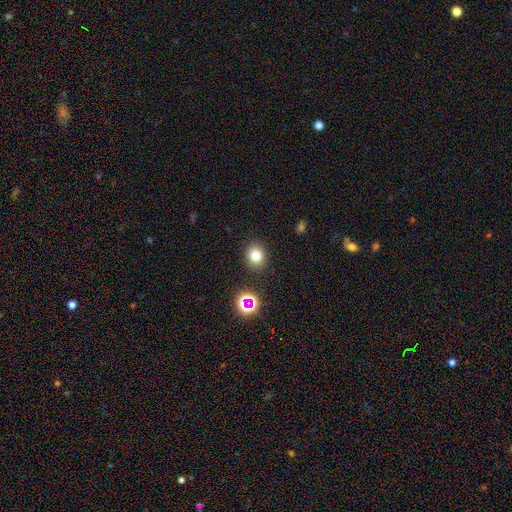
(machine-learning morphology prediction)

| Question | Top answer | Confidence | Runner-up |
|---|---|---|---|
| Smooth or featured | smooth | 76% | star or artifact (16%) |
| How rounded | round | 70% | in between (29%) |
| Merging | none | 87% | minor disturbance (8%) |